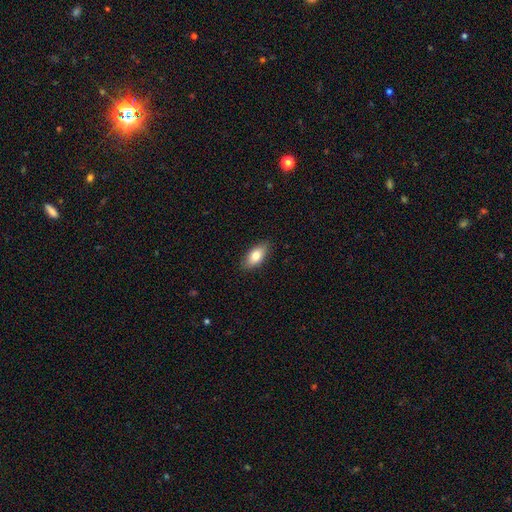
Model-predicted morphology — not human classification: A smooth galaxy with no disk features (80%) that is in between round and cigar-shaped (88%).

Vote fractions:
- Smooth or featured? smooth: 80% / featured or disk: 13% / star or artifact: 7%
- How rounded? in between: 88% / cigar-shaped: 8% / round: 4%
- Merging? none: 86% / minor disturbance: 11% / major disturbance: 2% / merger: 1%